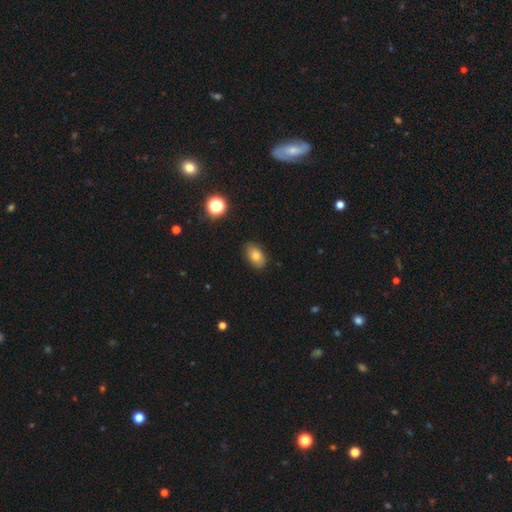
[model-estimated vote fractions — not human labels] Morphology: type=smooth (80%); roundness=in between (89%); merging=none (87%).